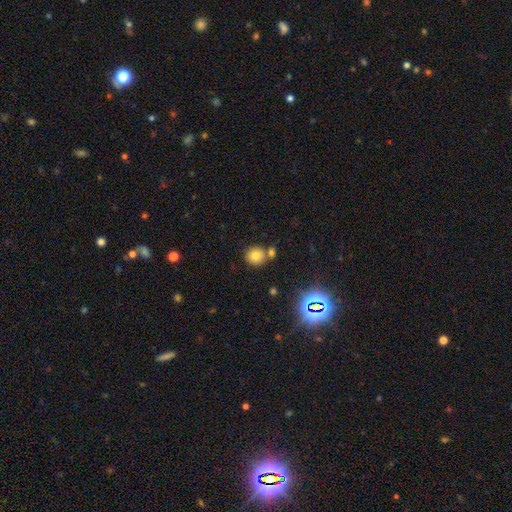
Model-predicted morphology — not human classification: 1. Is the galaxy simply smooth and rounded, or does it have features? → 74% smooth, 17% star or artifact, 9% featured or disk.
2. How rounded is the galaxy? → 89% round, 10% in between, 1% cigar-shaped.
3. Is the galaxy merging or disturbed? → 67% none, 21% merger, 9% minor disturbance, 3% major disturbance.